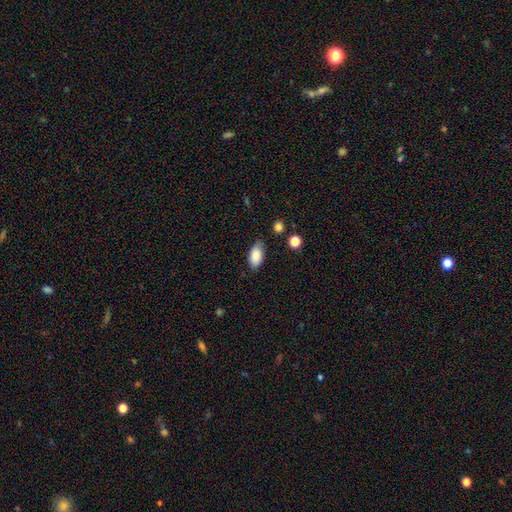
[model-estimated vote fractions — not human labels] The model was most divided on "merging": none: 76%, minor disturbance: 19%, major disturbance: 3%, merger: 2%. More confident: how rounded — in between (93%); smooth or featured — smooth (86%).